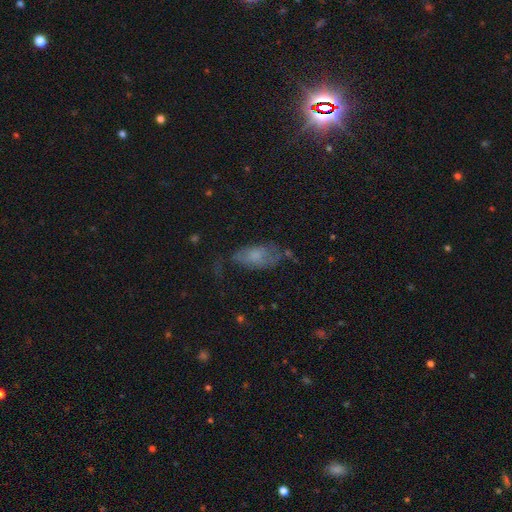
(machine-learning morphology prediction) Smooth or featured? smooth (56%)
How rounded? in between (88%)
Merging? none (43%)